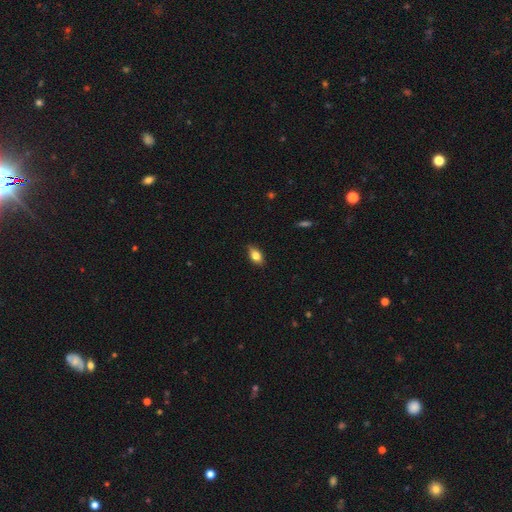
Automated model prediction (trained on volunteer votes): Smooth or featured? Predicted: smooth (p=0.79). How rounded? Predicted: in between (p=0.85). Merging? Predicted: none (p=0.83).